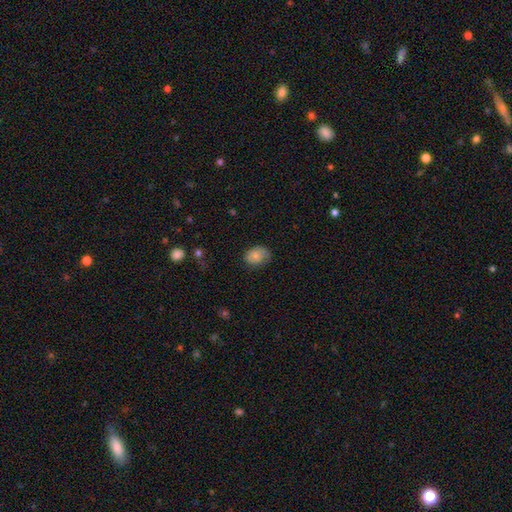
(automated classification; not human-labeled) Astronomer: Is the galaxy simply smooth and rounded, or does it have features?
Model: smooth — 75%.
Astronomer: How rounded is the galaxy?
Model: in between — 71%.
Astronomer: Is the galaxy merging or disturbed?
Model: none — 66%.